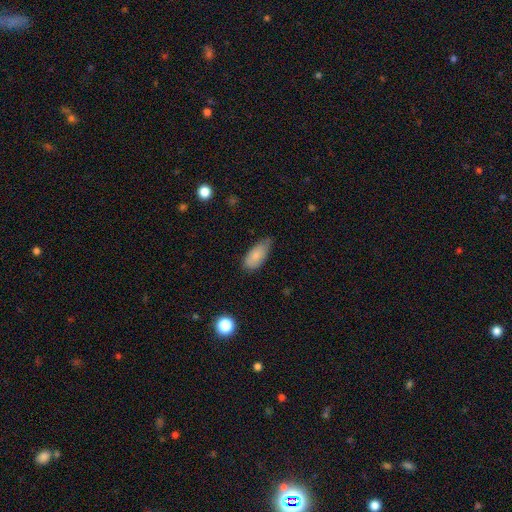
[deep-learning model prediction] A smooth galaxy with no disk features (83%) that is in between round and cigar-shaped (89%). Merging: none (48%).